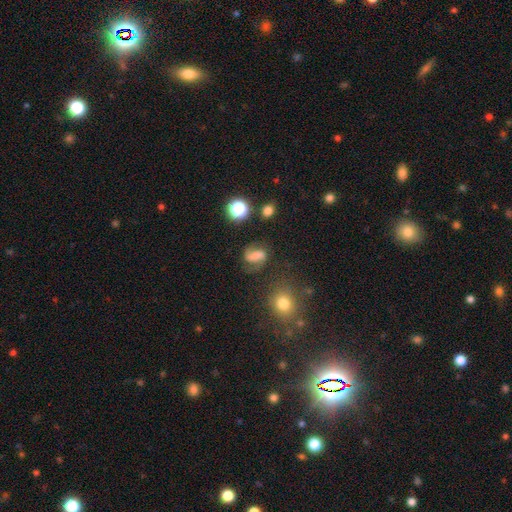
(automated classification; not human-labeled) smooth_or_featured: featured or disk (p=0.52) [alt: smooth p=0.34]
disk_edge_on: no (p=0.96) [alt: yes p=0.04]
bar: strong (p=0.44) [alt: weak p=0.33]
has_spiral_arms: yes (p=0.88) [alt: no p=0.12]
bulge_size: none (p=0.50) [alt: small p=0.18]
merging: none (p=0.65) [alt: minor disturbance p=0.18]